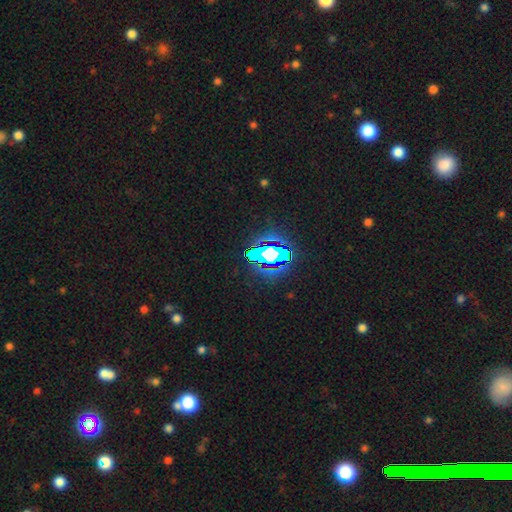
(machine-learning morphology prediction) This appears to be a star or artifact, not a galaxy (81%).